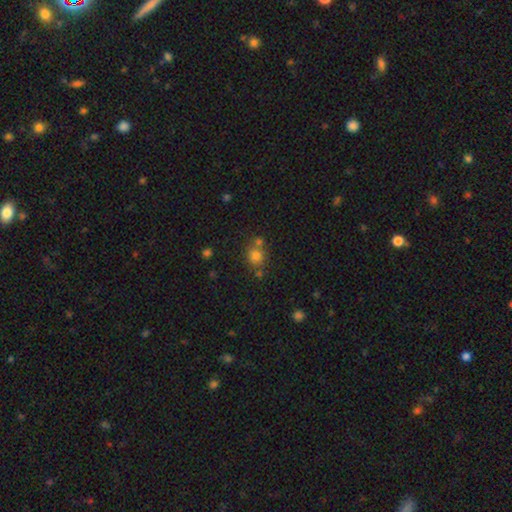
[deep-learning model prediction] Overall: smooth (76%). How rounded: round (79%). Merging: none (62%; merger 23%).